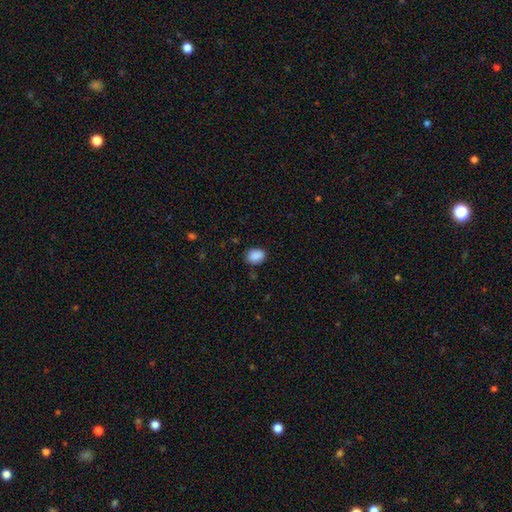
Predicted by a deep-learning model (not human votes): smooth 89%, star or artifact 8%, featured or disk 3%. Down the decision tree: how rounded — in between (66%); merging — none (83%).